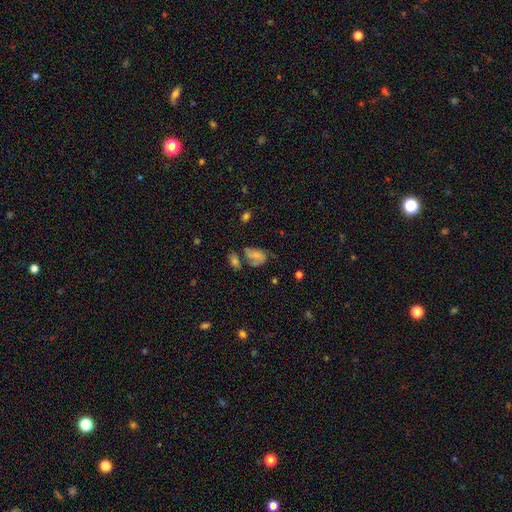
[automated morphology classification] Smooth or featured?
  - smooth: 46% *
  - featured or disk: 42%
  - star or artifact: 12%
Merging?
  - none: 33% *
  - major disturbance: 24%
  - minor disturbance: 23%
  - merger: 20%